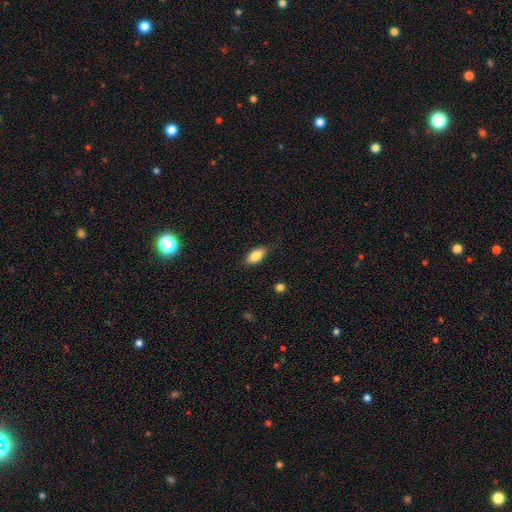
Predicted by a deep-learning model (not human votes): A smooth galaxy with no disk features (81%) that is in between round and cigar-shaped (88%). Merging: none (83%).